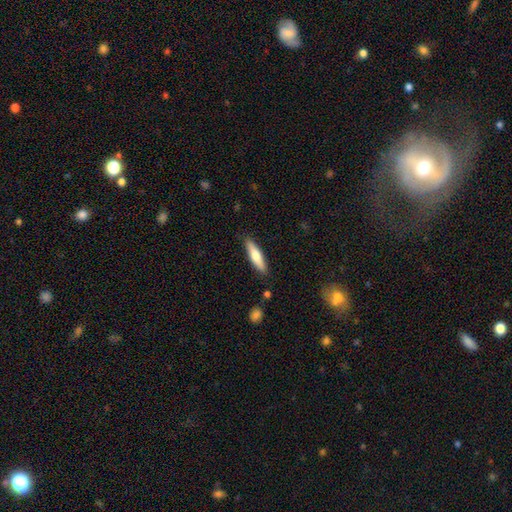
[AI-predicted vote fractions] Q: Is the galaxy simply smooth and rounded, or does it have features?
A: smooth — 64%.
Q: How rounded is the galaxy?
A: cigar-shaped — 76%.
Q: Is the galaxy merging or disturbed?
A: none — 87%.